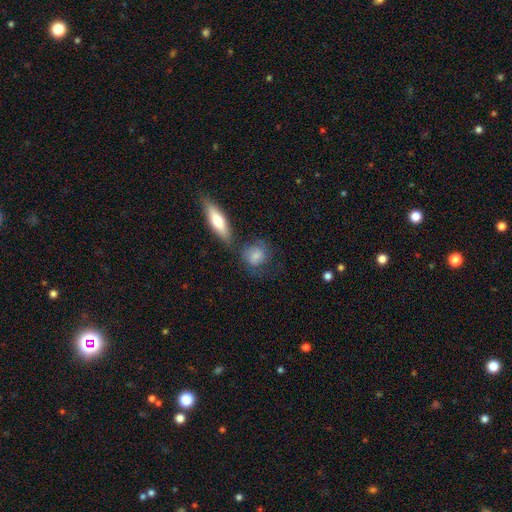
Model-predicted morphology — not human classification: smooth 75%, featured or disk 17%, star or artifact 8%. Down the decision tree: how rounded — round (57%); merging — none (60%).